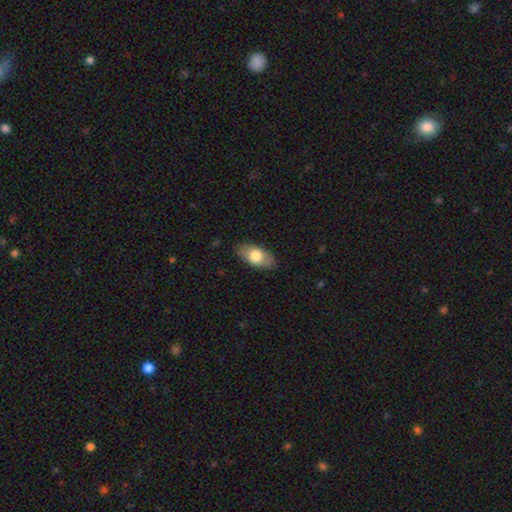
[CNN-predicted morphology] Smooth or featured: smooth — 72% (featured or disk — 22%)
How rounded: in between — 91% (cigar-shaped — 5%)
Merging: none — 85% (minor disturbance — 12%)